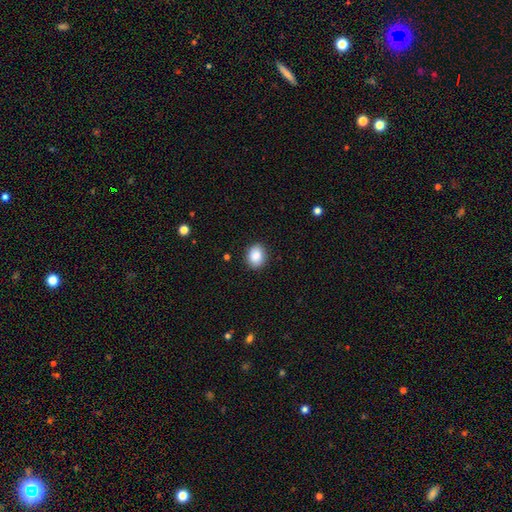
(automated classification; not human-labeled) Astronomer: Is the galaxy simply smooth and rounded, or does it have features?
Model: smooth — 89%.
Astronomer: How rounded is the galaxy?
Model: round — 53% (runner-up: in between, 46%).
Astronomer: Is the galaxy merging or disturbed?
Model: none — 88%.